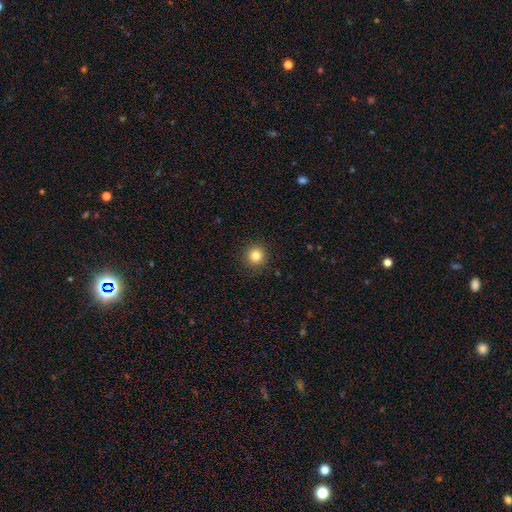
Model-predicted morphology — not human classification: This appears to be a smooth galaxy with no disk features (83%) that is round (95%). Merging: none (92%).